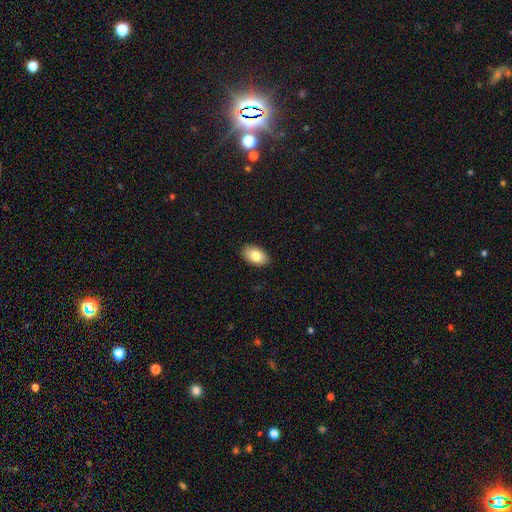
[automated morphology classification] smooth_or_featured: smooth (p=0.83) [alt: featured or disk p=0.11]
how_rounded: in between (p=0.92) [alt: round p=0.07]
merging: none (p=0.88) [alt: minor disturbance p=0.09]